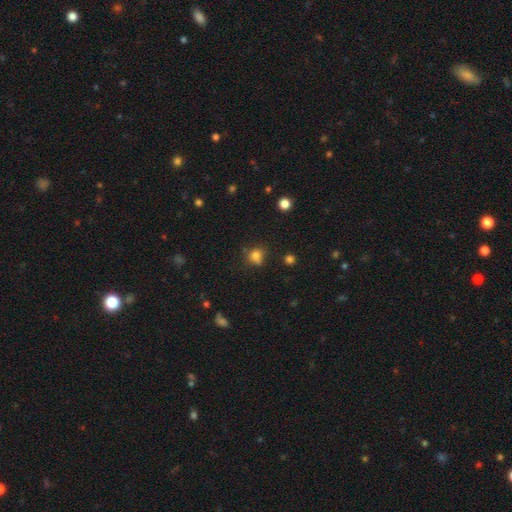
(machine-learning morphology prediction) A smooth galaxy with no disk features (76%) that is round (72%).

Vote fractions:
- Smooth or featured? smooth: 76% / star or artifact: 16% / featured or disk: 8%
- How rounded? round: 72% / in between: 27% / cigar-shaped: 1%
- Merging? none: 57% / minor disturbance: 23% / merger: 12% / major disturbance: 8%